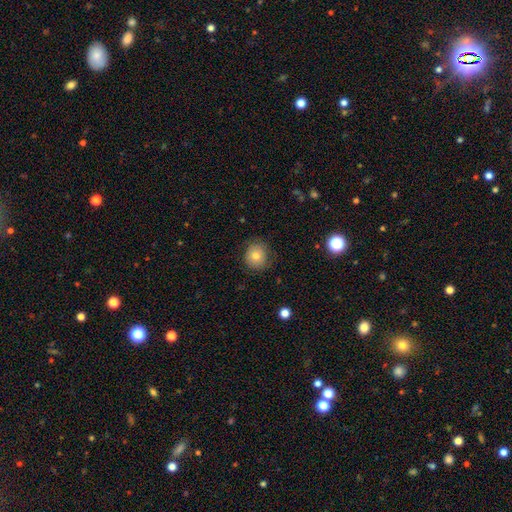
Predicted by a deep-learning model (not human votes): Smooth or featured?
  - smooth: 77% *
  - featured or disk: 13%
  - star or artifact: 10%
How rounded?
  - round: 86% *
  - in between: 13%
  - cigar-shaped: 1%
Merging?
  - none: 81% *
  - minor disturbance: 14%
  - major disturbance: 4%
  - merger: 1%